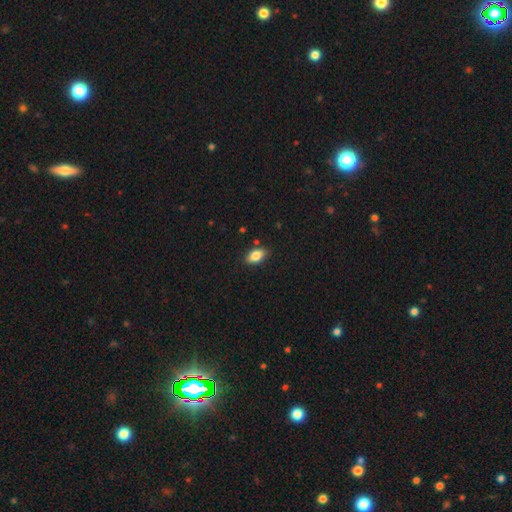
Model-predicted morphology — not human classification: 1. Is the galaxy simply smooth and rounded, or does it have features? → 83% smooth, 9% featured or disk, 8% star or artifact.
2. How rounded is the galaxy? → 90% in between, 6% round, 5% cigar-shaped.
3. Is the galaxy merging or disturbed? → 86% none, 10% minor disturbance, 2% major disturbance, 2% merger.